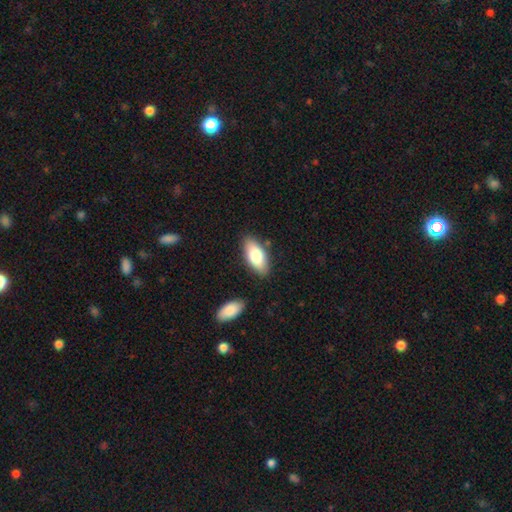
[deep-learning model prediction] Smooth or featured: smooth — 77% (featured or disk — 17%)
How rounded: in between — 87% (cigar-shaped — 11%)
Merging: none — 83% (minor disturbance — 11%)